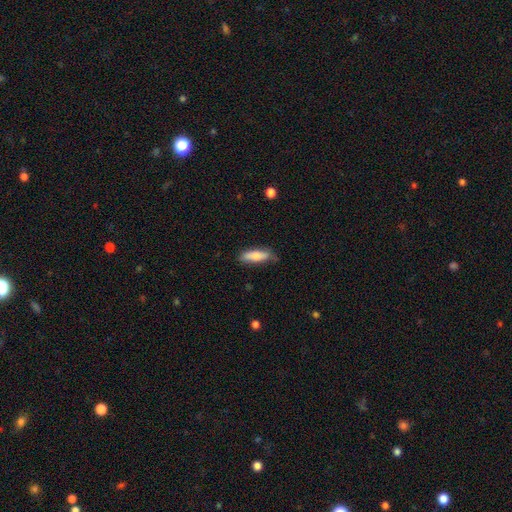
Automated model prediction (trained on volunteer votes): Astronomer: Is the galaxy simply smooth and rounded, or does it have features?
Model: smooth — 75%.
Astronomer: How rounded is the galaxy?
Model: cigar-shaped — 54% (runner-up: in between, 44%).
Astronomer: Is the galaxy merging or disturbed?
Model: none — 75%.